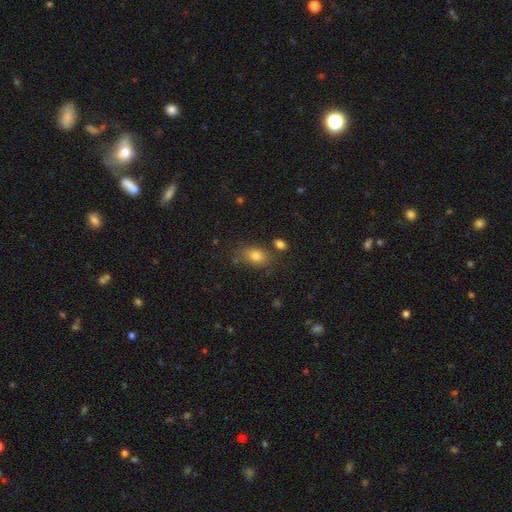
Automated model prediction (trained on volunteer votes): smooth 79%, star or artifact 12%, featured or disk 9%. Down the decision tree: how rounded — in between (79%); merging — none (70%).